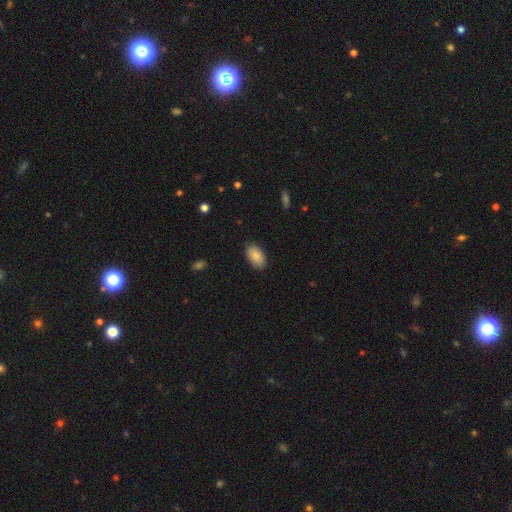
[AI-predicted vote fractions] Overall: smooth (89%). How rounded: in between (94%). Merging: none (86%).